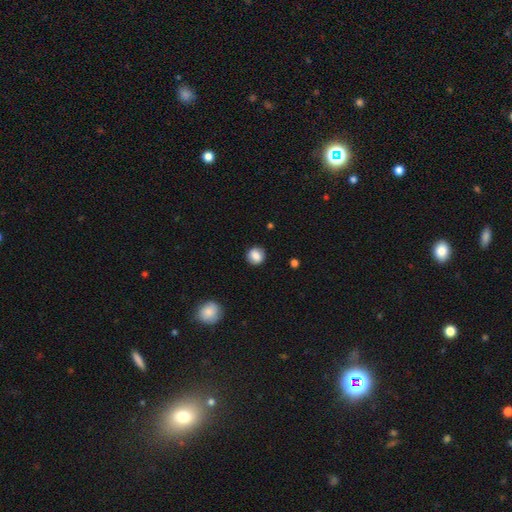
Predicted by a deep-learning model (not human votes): A smooth galaxy with no disk features (84%) that is round (81%). Merging: none (88%).